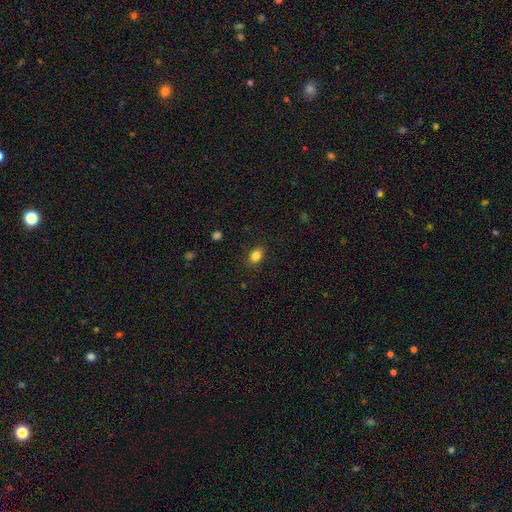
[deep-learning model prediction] smooth_or_featured: smooth (p=0.84) [alt: star or artifact p=0.11]
how_rounded: in between (p=0.60) [alt: round p=0.39]
merging: none (p=0.87) [alt: minor disturbance p=0.09]